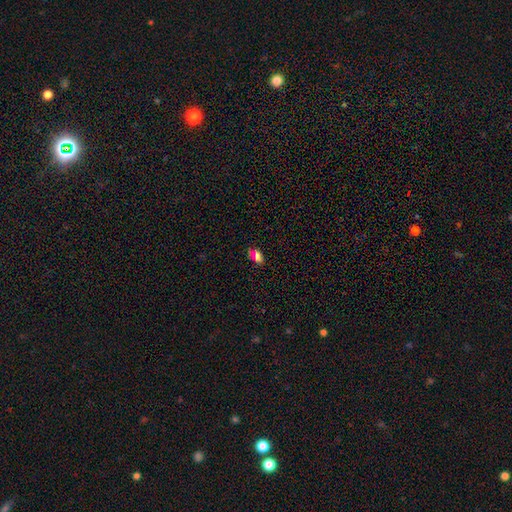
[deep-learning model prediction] Q: Smooth or featured?
A: smooth (68%); runner-up: star or artifact (21%)
Q: How rounded?
A: in between (82%); runner-up: round (14%)
Q: Merging?
A: none (81%); runner-up: minor disturbance (13%)